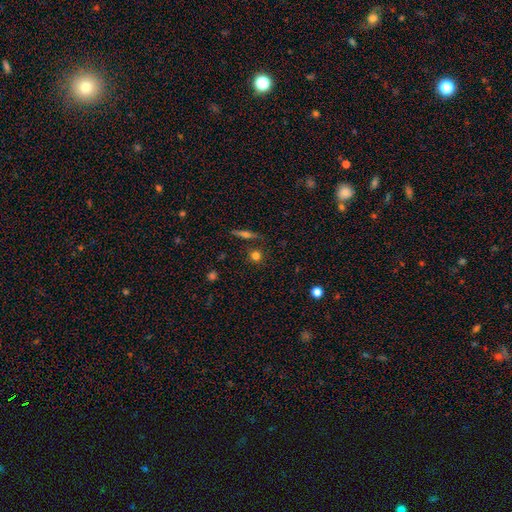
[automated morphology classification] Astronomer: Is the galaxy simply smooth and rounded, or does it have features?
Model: smooth — 75%.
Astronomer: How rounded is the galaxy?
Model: round — 87%.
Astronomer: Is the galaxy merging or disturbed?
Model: none — 82%.